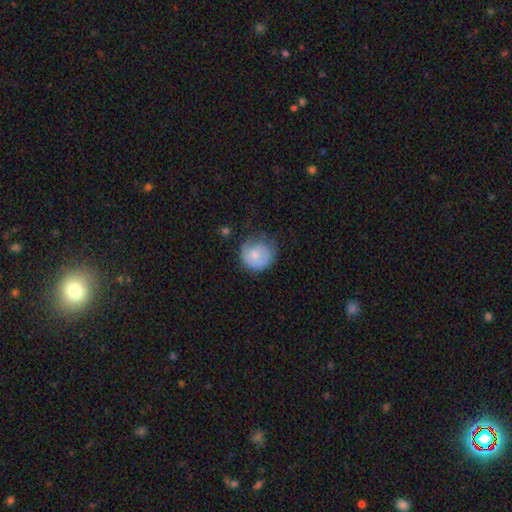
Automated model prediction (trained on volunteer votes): Overall: smooth (56%; featured or disk 38%). How rounded: round (85%). Merging: none (56%; minor disturbance 28%).